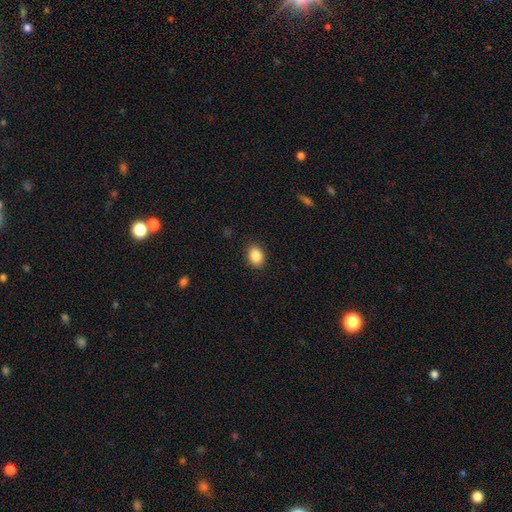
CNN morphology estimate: Smooth or featured: smooth — 87% (star or artifact — 9%)
How rounded: in between — 65% (round — 34%)
Merging: none — 89% (minor disturbance — 8%)